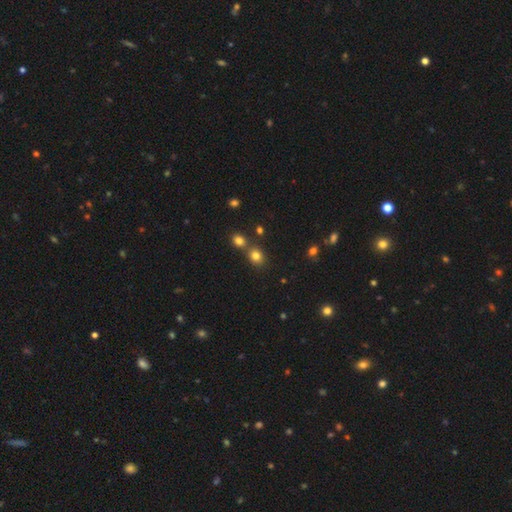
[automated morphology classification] The model was most divided on "merging": none: 61%, merger: 27%, minor disturbance: 8%, major disturbance: 3%. More confident: smooth or featured — smooth (79%); how rounded — round (70%).